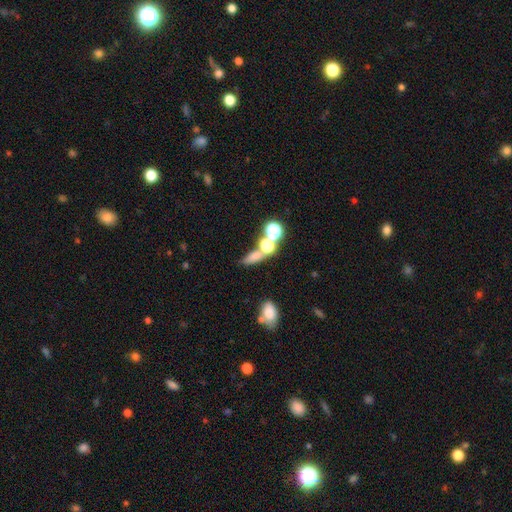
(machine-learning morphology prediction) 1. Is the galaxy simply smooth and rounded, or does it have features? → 59% smooth, 23% star or artifact, 18% featured or disk.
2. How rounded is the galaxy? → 45% in between, 32% round, 23% cigar-shaped.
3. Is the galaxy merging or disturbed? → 44% none, 36% merger, 11% minor disturbance, 9% major disturbance.